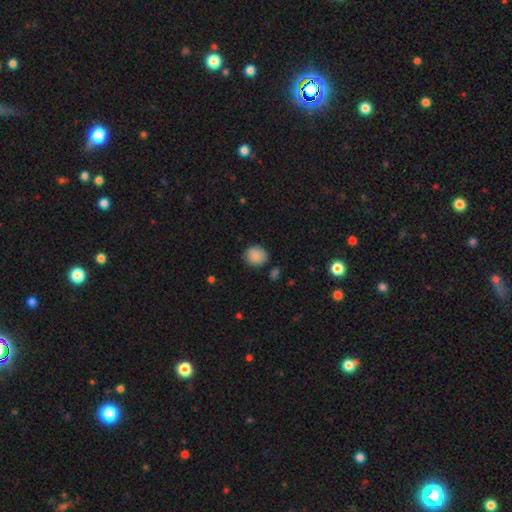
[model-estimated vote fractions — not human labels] Smooth or featured? Predicted: smooth (p=0.87). How rounded? Predicted: round (p=0.79). Merging? Predicted: none (p=0.84).